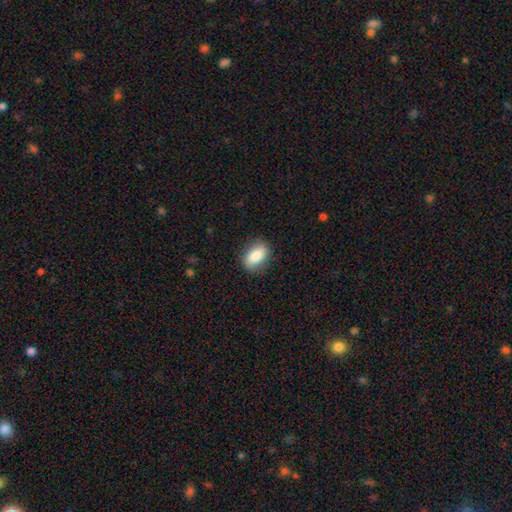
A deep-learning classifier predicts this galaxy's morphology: This appears to be a smooth galaxy with no disk features (83%) that is in between round and cigar-shaped (86%). Merging: none (85%).